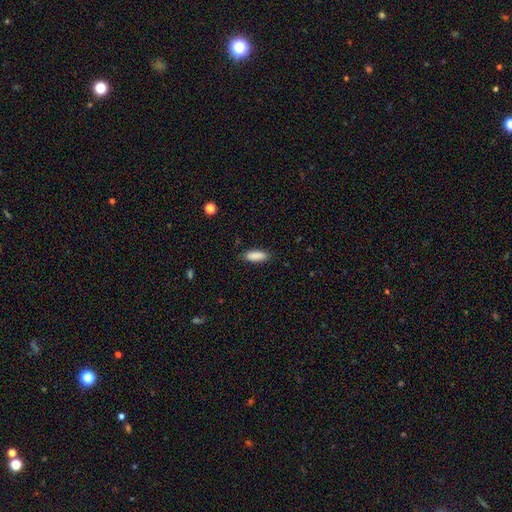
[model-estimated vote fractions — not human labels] Smooth or featured: smooth — 89% (star or artifact — 7%)
How rounded: in between — 68% (cigar-shaped — 30%)
Merging: none — 85% (minor disturbance — 11%)